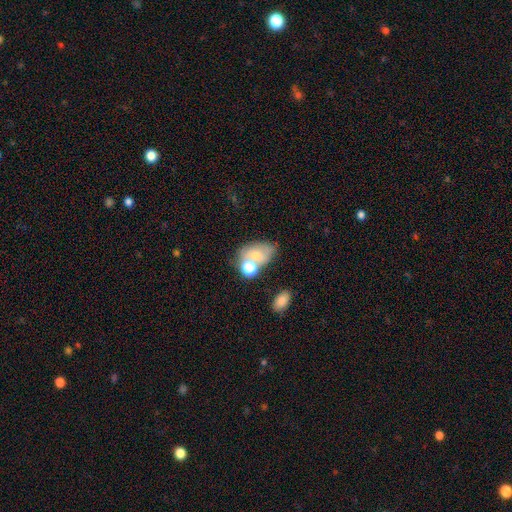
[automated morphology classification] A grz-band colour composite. It shows a smooth galaxy with no disk features (64%) that is in between round and cigar-shaped (77%). Merging: none (36%).